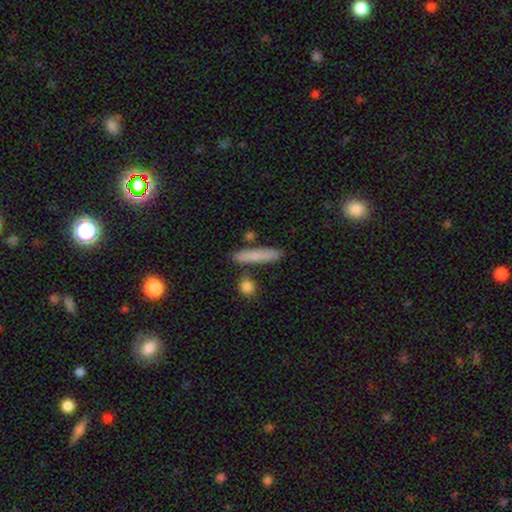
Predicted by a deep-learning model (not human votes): Overall: smooth (74%). How rounded: cigar-shaped (87%). Merging: none (82%).